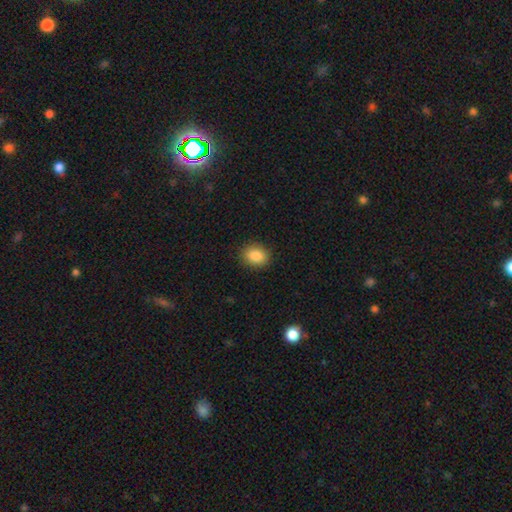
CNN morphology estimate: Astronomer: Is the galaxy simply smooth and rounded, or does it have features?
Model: smooth — 87%.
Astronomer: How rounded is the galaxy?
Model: round — 50% (runner-up: in between, 49%).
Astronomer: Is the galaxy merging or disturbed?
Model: none — 89%.